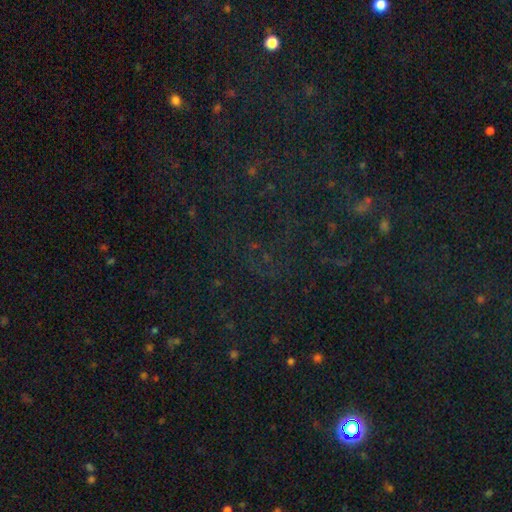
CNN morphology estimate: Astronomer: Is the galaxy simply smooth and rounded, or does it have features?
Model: star or artifact — 77%.